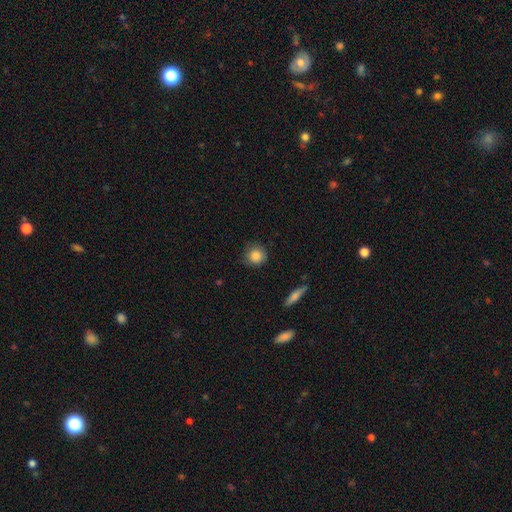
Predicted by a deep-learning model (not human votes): This appears to be a smooth galaxy with no disk features (85%) that is round (90%). Merging: none (79%).